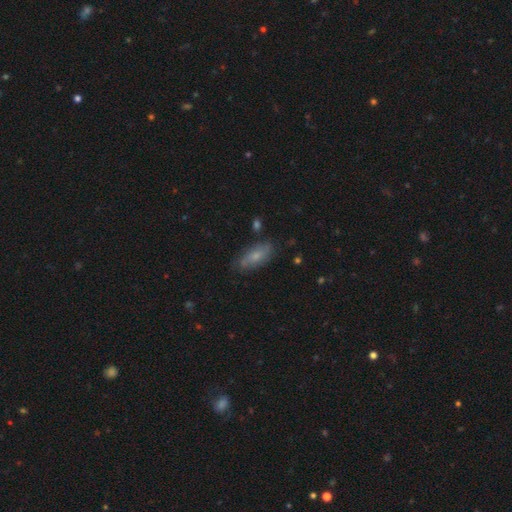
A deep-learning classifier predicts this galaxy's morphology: Q: Smooth or featured?
A: smooth (63%); runner-up: featured or disk (29%)
Q: How rounded?
A: in between (71%); runner-up: cigar-shaped (26%)
Q: Merging?
A: none (77%); runner-up: minor disturbance (17%)